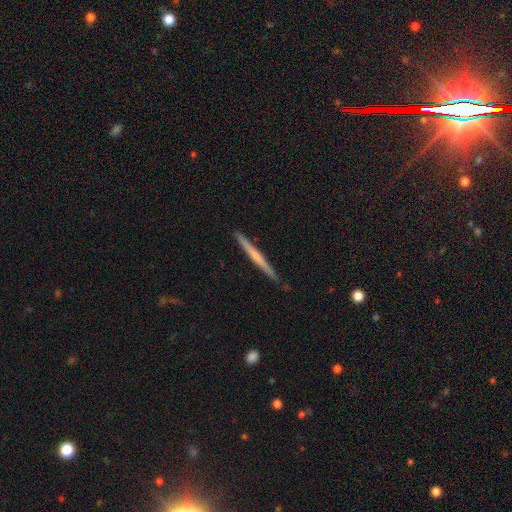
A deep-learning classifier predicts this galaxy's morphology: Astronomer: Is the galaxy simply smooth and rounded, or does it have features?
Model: featured or disk — 55% (runner-up: smooth, 40%).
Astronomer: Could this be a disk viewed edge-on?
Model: yes — 98%.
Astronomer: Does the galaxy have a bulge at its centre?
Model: none — 66%.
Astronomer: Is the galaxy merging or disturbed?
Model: none — 91%.